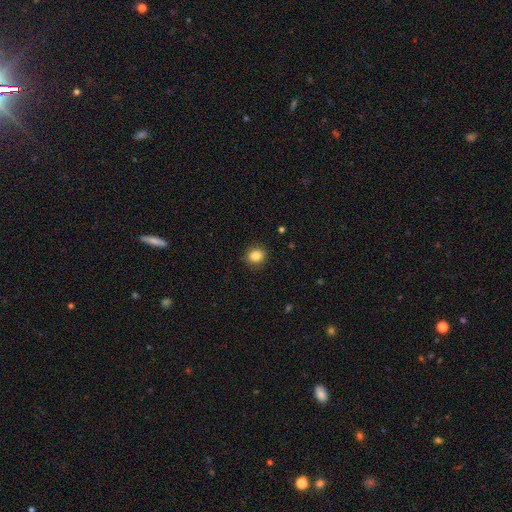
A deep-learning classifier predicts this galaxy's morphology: Overall: smooth (85%). How rounded: round (79%). Merging: none (89%).